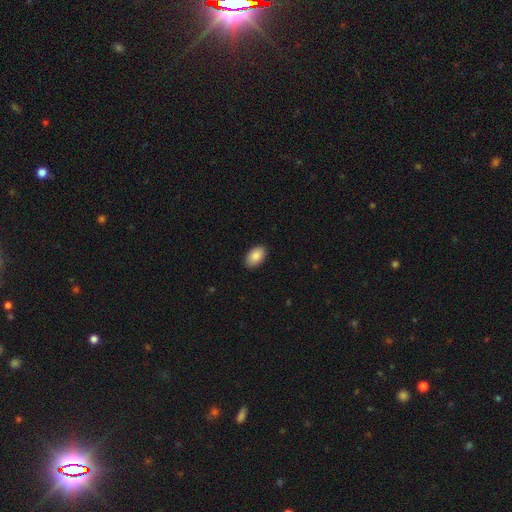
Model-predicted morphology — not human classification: smooth-or-featured: smooth: 89% | star or artifact: 7% | featured or disk: 5%
  how-rounded: in between: 92% | round: 7% | cigar-shaped: 1%
  merging: none: 88% | minor disturbance: 9% | major disturbance: 2% | merger: 1%